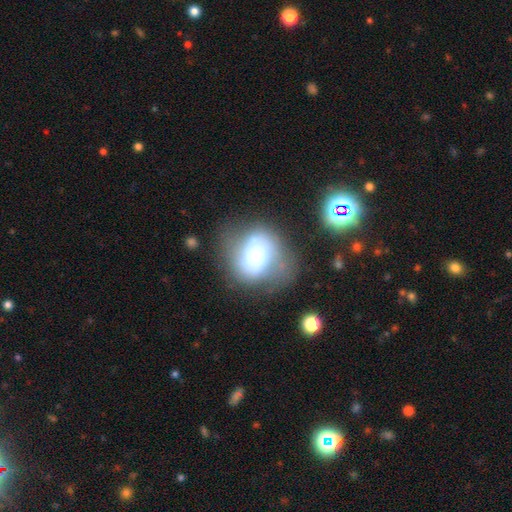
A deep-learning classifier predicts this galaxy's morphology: Smooth or featured? smooth (50%)
Merging? none (38%)